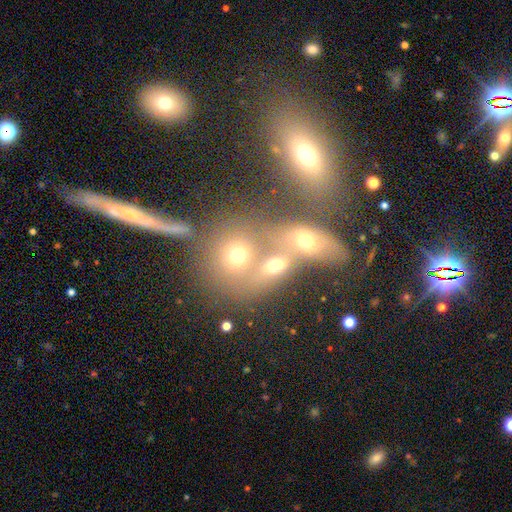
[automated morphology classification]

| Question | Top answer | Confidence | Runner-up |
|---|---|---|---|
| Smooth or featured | smooth | 41% | featured or disk (32%) |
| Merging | none | 43% | merger (42%) |